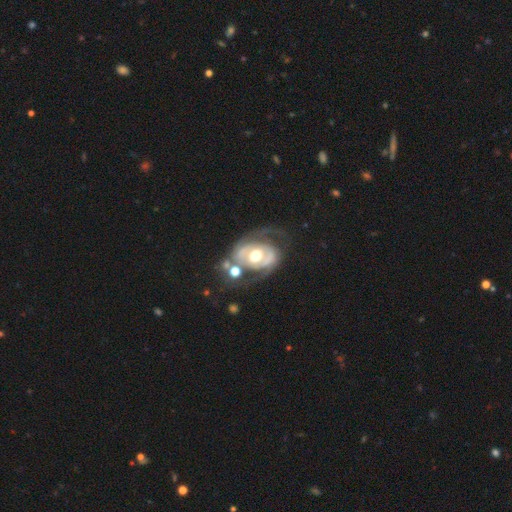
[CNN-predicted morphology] Smooth or featured?
  - featured or disk: 76% *
  - smooth: 18%
  - star or artifact: 6%
Edge-on disk?
  - no: 96% *
  - yes: 4%
Bar?
  - no: 57% *
  - weak: 28%
  - strong: 15%
Spiral arms?
  - yes: 67% *
  - no: 33%
Bulge size?
  - moderate: 68% *
  - large: 22%
  - small: 7%
  - dominant: 2%
  - none: 1%
Merging?
  - none: 47% *
  - major disturbance: 22%
  - minor disturbance: 19%
  - merger: 11%